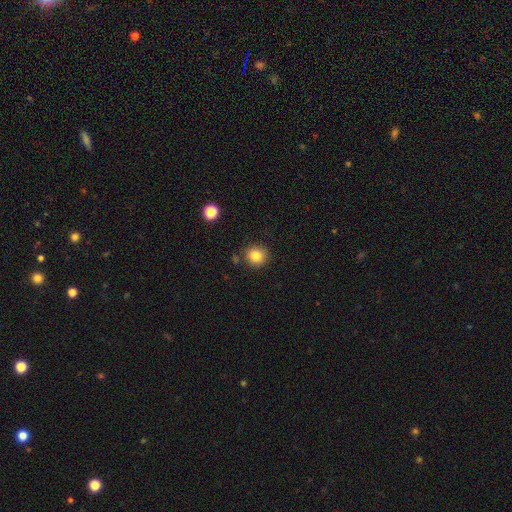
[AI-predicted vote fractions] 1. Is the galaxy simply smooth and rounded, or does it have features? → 84% smooth, 11% star or artifact, 6% featured or disk.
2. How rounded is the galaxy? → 90% round, 9% in between, 1% cigar-shaped.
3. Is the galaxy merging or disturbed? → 85% none, 9% minor disturbance, 4% merger, 2% major disturbance.